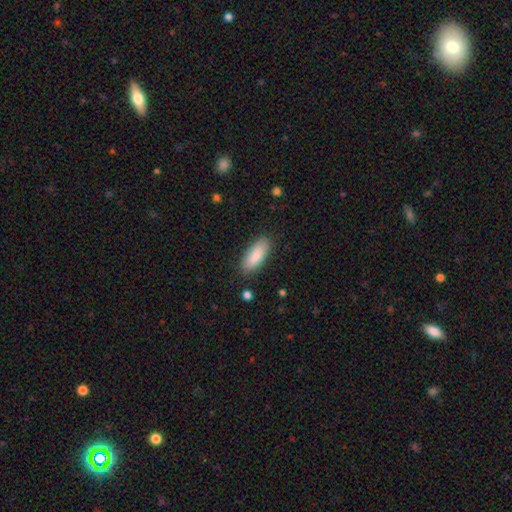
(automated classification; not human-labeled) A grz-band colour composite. It shows a smooth galaxy with no disk features (87%) that is in between round and cigar-shaped (77%). Merging: none (85%).